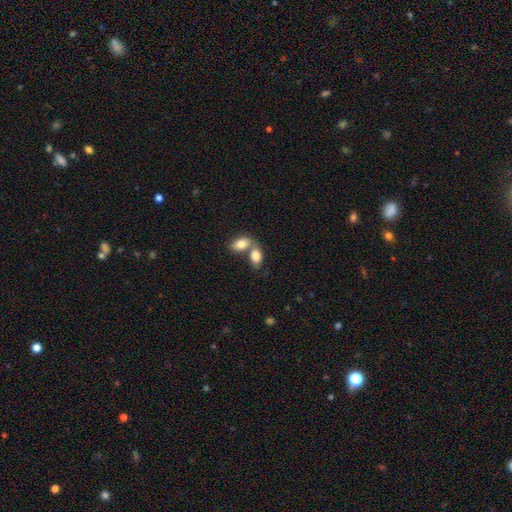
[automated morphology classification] Smooth or featured? Predicted: smooth (p=0.83). How rounded? Predicted: in between (p=0.90). Merging? Predicted: merger (p=0.60).